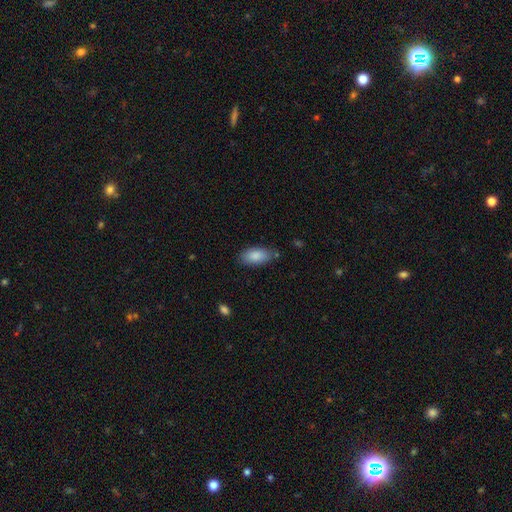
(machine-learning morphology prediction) The model was most divided on "merging": none: 78%, minor disturbance: 16%, major disturbance: 3%, merger: 3%. More confident: how rounded — in between (91%); smooth or featured — smooth (87%).